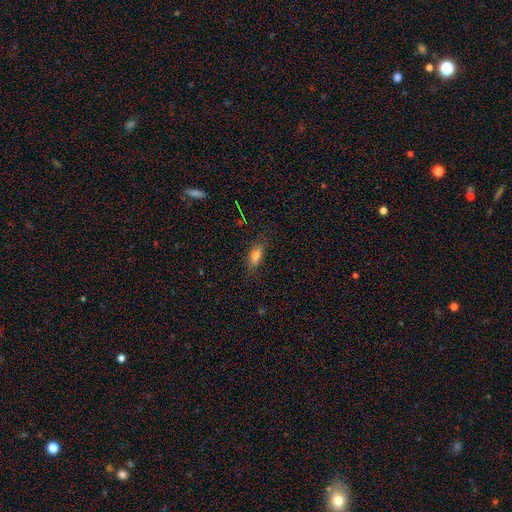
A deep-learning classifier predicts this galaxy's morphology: type=smooth (76%); roundness=in between (79%); merging=none (77%).